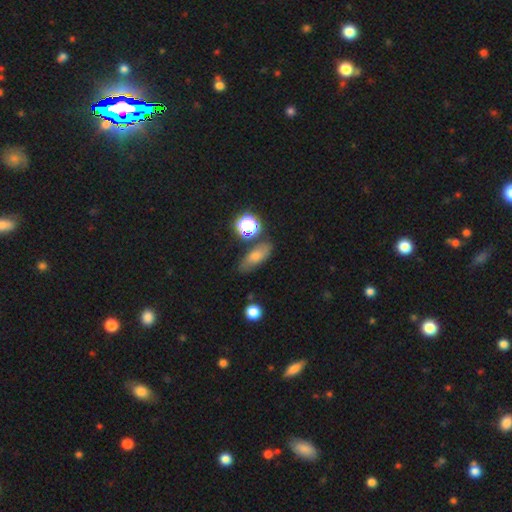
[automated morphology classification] A smooth galaxy with no disk features (56%) that is in between round and cigar-shaped (63%).

Vote fractions:
- Smooth or featured? smooth: 56% / featured or disk: 24% / star or artifact: 21%
- How rounded? in between: 63% / cigar-shaped: 23% / round: 14%
- Merging? none: 74% / minor disturbance: 15% / merger: 6% / major disturbance: 5%